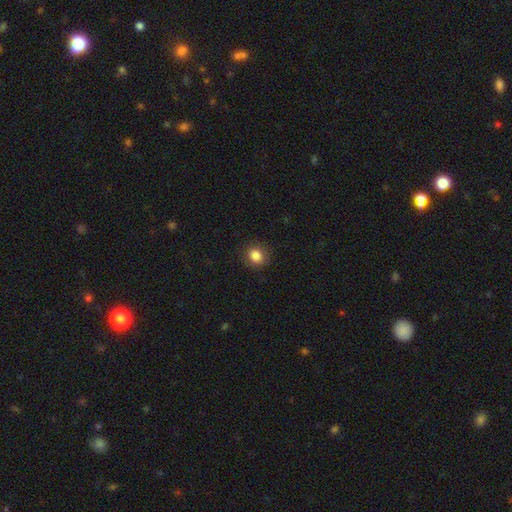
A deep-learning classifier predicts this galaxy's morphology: Smooth or featured? smooth (84%)
How rounded? round (77%)
Merging? none (88%)